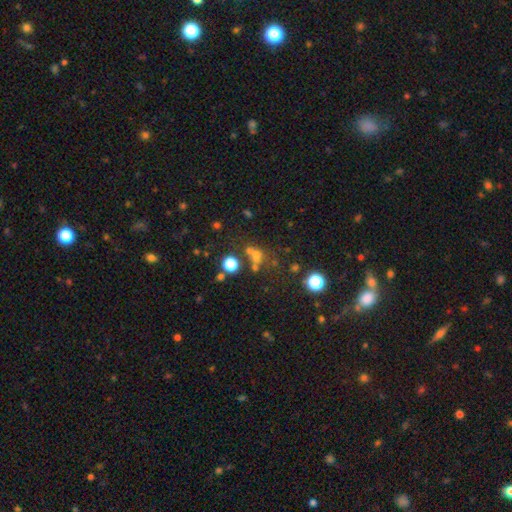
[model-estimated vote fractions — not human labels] Q: Smooth or featured?
A: smooth (52%); runner-up: star or artifact (32%)
Q: How rounded?
A: round (68%); runner-up: in between (29%)
Q: Merging?
A: none (46%); runner-up: merger (32%)